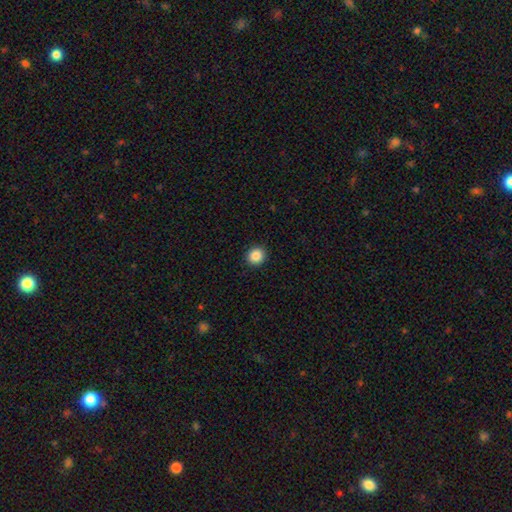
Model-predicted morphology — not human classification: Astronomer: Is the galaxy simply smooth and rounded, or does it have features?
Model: smooth — 87%.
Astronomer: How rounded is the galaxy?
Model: round — 90%.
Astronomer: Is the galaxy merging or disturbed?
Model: none — 92%.